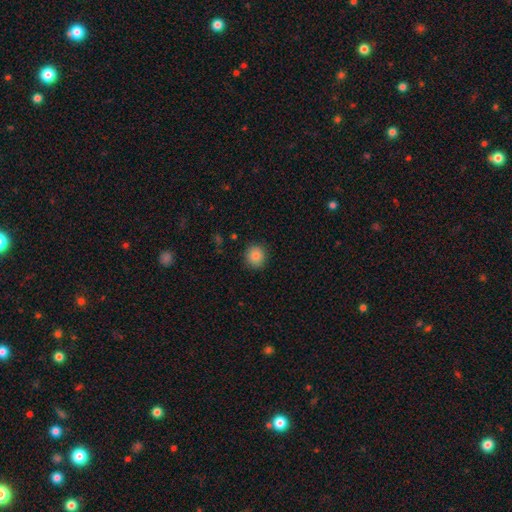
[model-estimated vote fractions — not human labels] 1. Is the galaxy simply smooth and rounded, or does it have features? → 84% smooth, 10% star or artifact, 6% featured or disk.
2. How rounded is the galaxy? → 90% round, 9% in between, 1% cigar-shaped.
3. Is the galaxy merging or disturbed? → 90% none, 7% minor disturbance, 2% major disturbance, 1% merger.